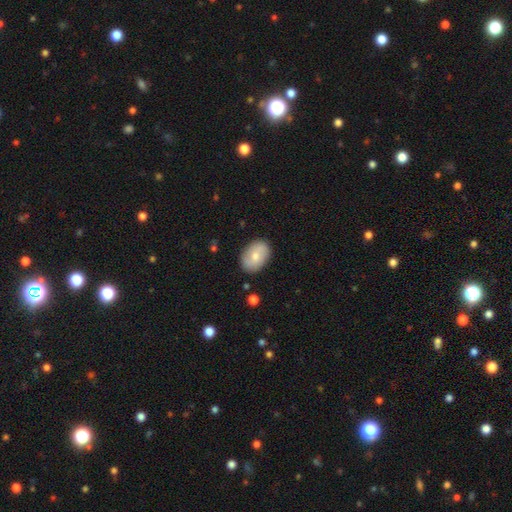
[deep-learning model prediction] Smooth or featured? smooth (67%)
How rounded? in between (82%)
Merging? none (85%)